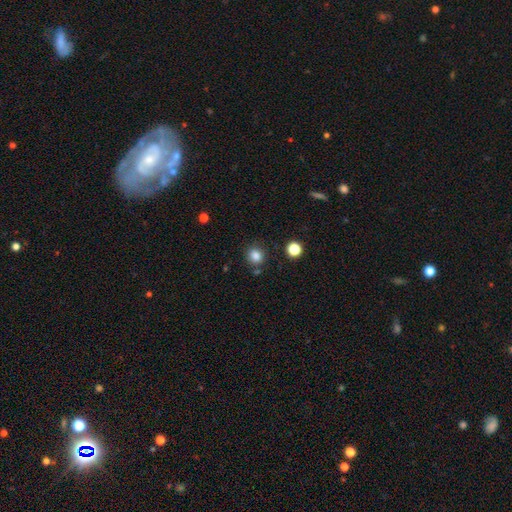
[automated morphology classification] type=smooth (83%); roundness=round (87%); merging=none (82%).